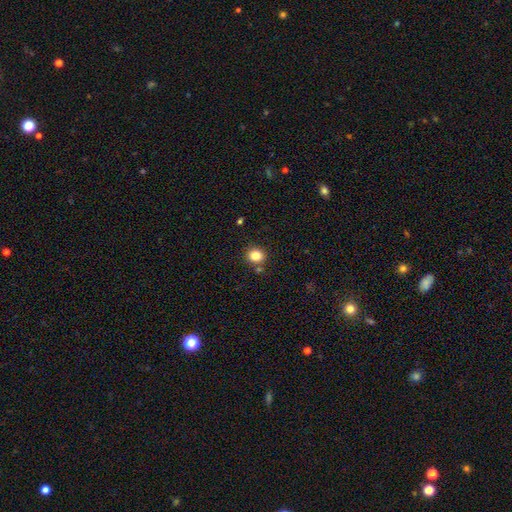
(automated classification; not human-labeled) Smooth or featured: smooth — 83% (star or artifact — 12%)
How rounded: round — 84% (in between — 15%)
Merging: none — 84% (minor disturbance — 8%)